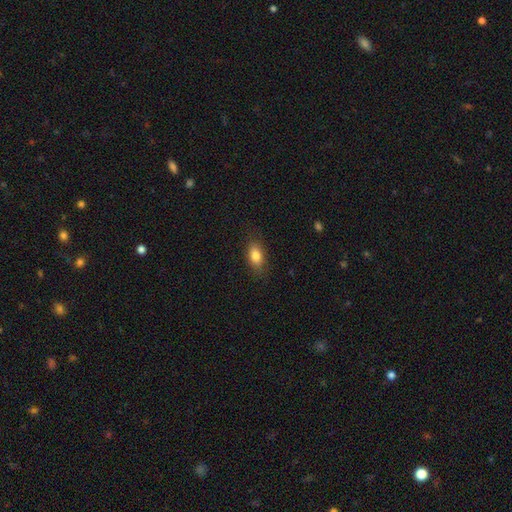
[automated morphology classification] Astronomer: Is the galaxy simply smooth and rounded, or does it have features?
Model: smooth — 82%.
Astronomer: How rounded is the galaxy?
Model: in between — 85%.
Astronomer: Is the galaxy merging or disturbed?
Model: none — 84%.